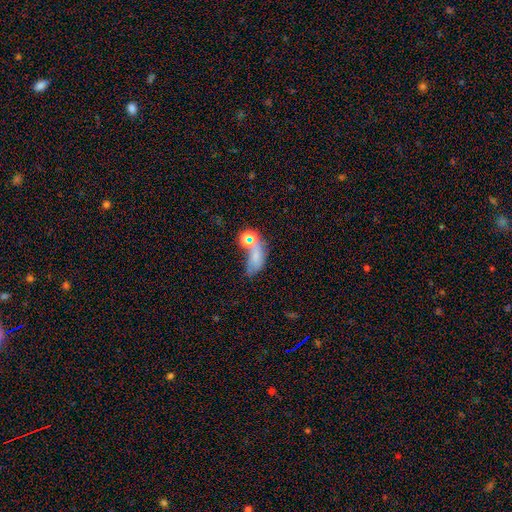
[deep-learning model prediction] The model was most divided on "merging": none: 31%, merger: 30%, major disturbance: 19%, minor disturbance: 19%. More confident: how rounded — in between (80%); smooth or featured — smooth (60%).